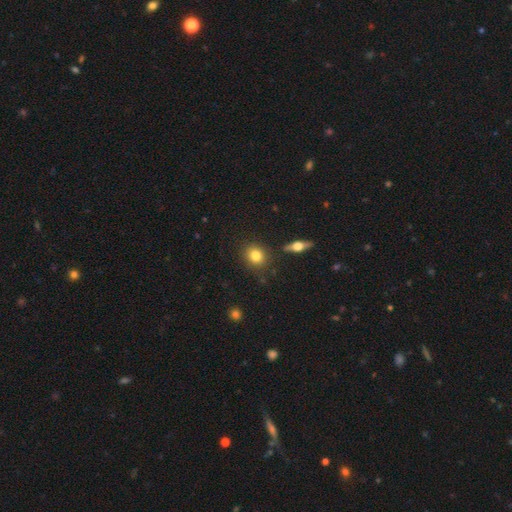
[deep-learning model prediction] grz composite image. It shows a smooth galaxy with no disk features (81%) that is round (72%). Merging: none (84%).